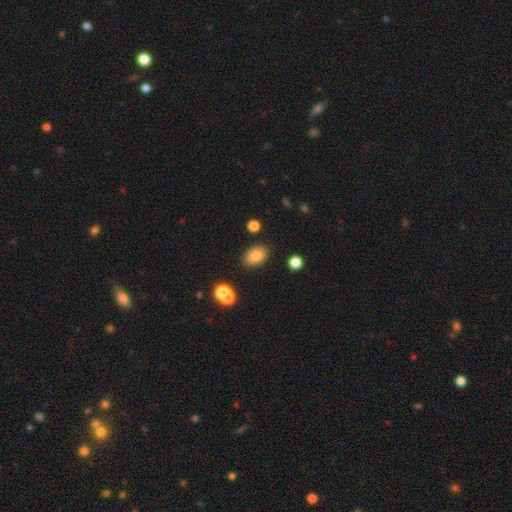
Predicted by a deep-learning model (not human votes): A smooth galaxy with no disk features (83%) that is in between round and cigar-shaped (88%).

Vote fractions:
- Smooth or featured? smooth: 83% / star or artifact: 9% / featured or disk: 8%
- How rounded? in between: 88% / round: 10% / cigar-shaped: 2%
- Merging? none: 83% / minor disturbance: 10% / merger: 4% / major disturbance: 3%